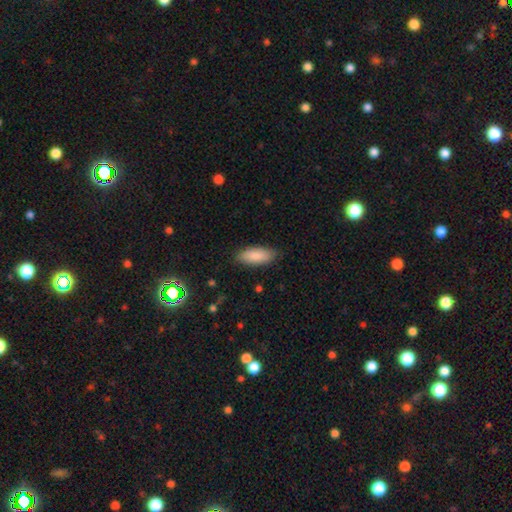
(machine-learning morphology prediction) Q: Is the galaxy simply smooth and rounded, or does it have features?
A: smooth — 88%.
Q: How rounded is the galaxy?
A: in between — 77%.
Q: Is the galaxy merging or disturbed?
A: none — 85%.